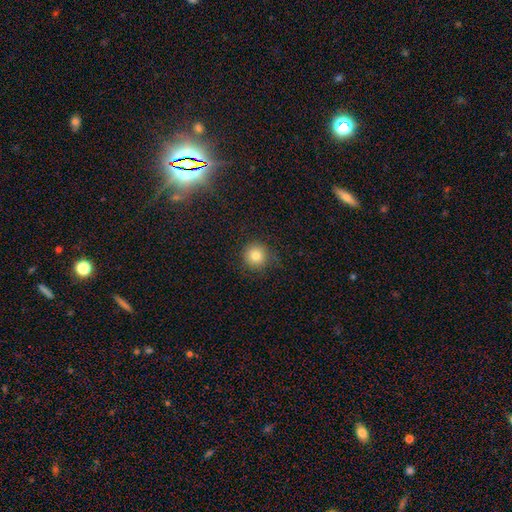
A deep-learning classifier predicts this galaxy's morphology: A smooth galaxy with no disk features (80%) that is round (95%). Merging: none (87%).